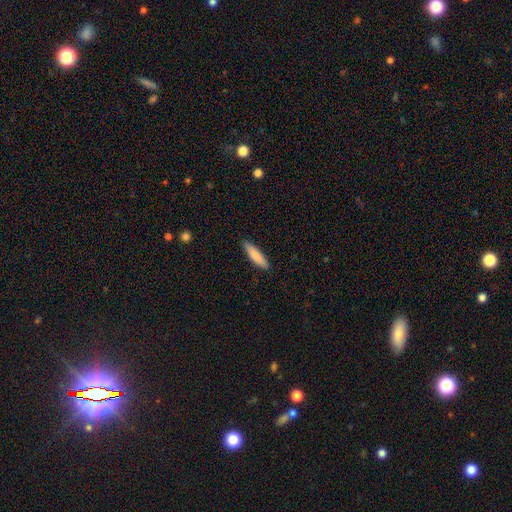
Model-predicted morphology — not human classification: The model was most divided on "how rounded": cigar-shaped: 80%, in between: 19%, round: 1%. More confident: merging — none (87%); smooth or featured — smooth (82%).